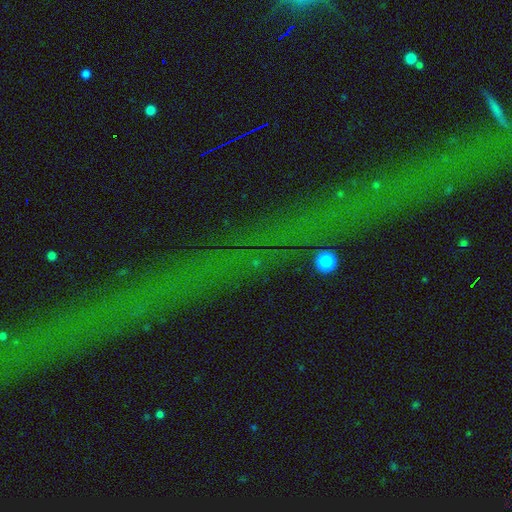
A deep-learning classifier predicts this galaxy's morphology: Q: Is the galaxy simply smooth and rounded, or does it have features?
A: star or artifact — 78%.